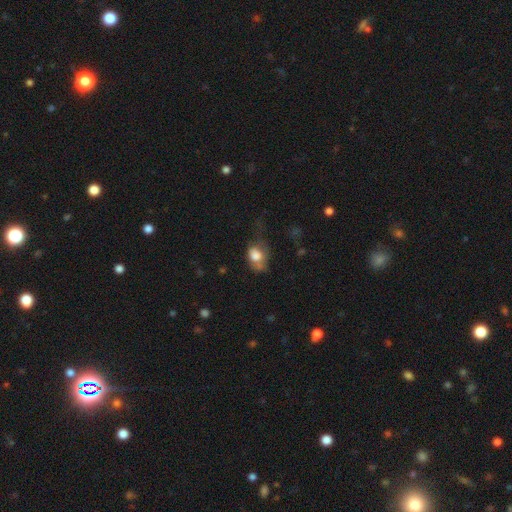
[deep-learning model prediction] A smooth galaxy with no disk features (74%) that is in between round and cigar-shaped (65%). Merging: major disturbance (37%).